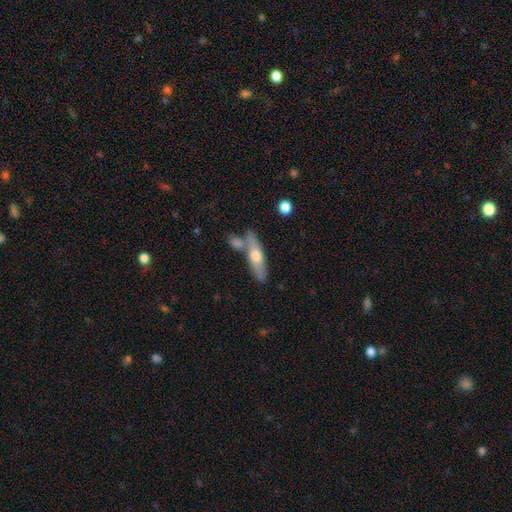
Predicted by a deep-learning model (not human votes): Q: Smooth or featured?
A: smooth (52%); runner-up: featured or disk (43%)
Q: How rounded?
A: cigar-shaped (62%); runner-up: in between (35%)
Q: Merging?
A: none (60%); runner-up: merger (22%)